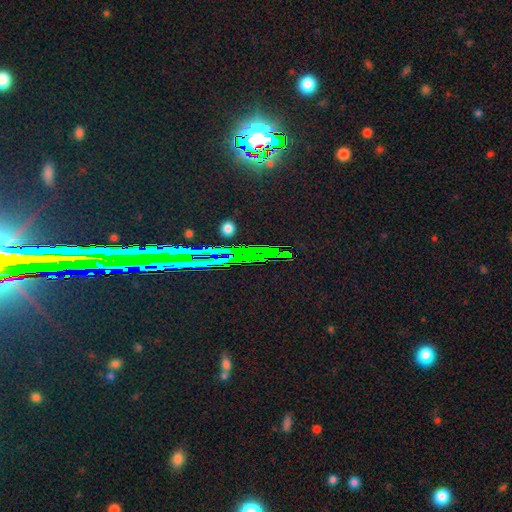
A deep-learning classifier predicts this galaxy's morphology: Smooth or featured? Predicted: star or artifact (p=0.78).